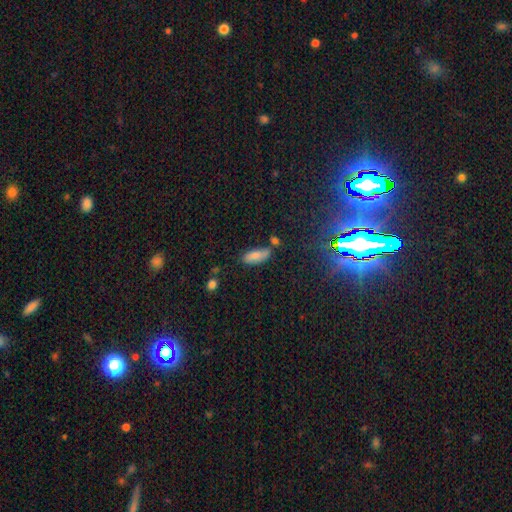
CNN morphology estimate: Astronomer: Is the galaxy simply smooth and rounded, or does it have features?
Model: smooth — 80%.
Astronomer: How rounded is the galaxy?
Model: in between — 78%.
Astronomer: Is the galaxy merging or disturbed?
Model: none — 64%.